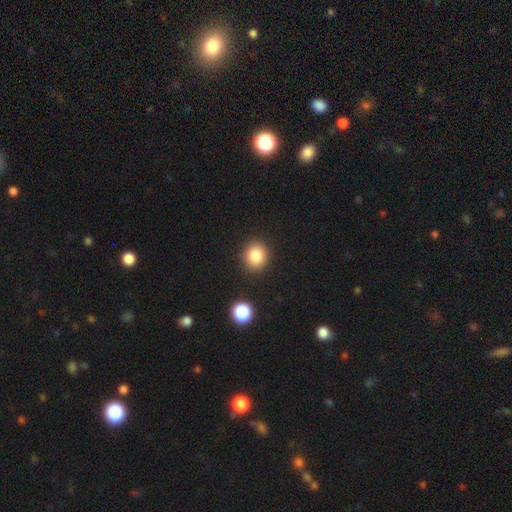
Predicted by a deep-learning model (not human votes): This is clearly a smooth galaxy (84%). How rounded: clearly round (83%). Merging: clearly none (89%).